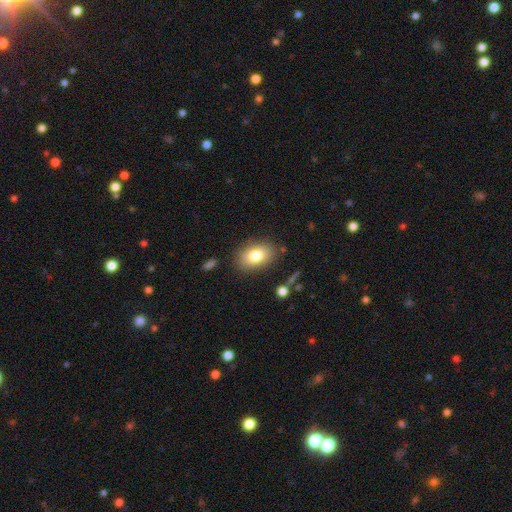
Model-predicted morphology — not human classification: Smooth or featured: smooth — 80% (featured or disk — 12%)
How rounded: in between — 85% (round — 13%)
Merging: none — 84% (minor disturbance — 11%)